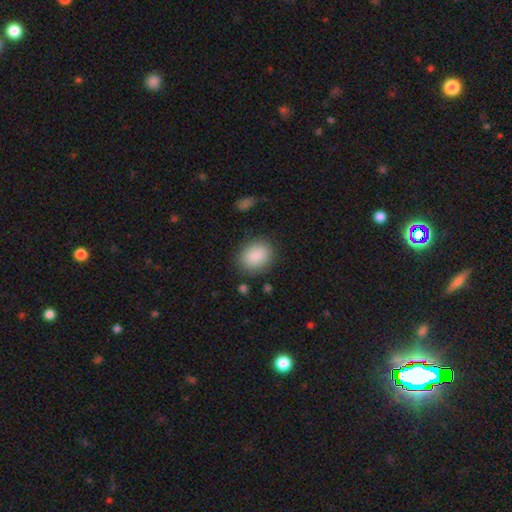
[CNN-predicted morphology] The model was most divided on "how rounded": in between: 53%, round: 46%, cigar-shaped: 1%. More confident: smooth or featured — smooth (88%); merging — none (84%).